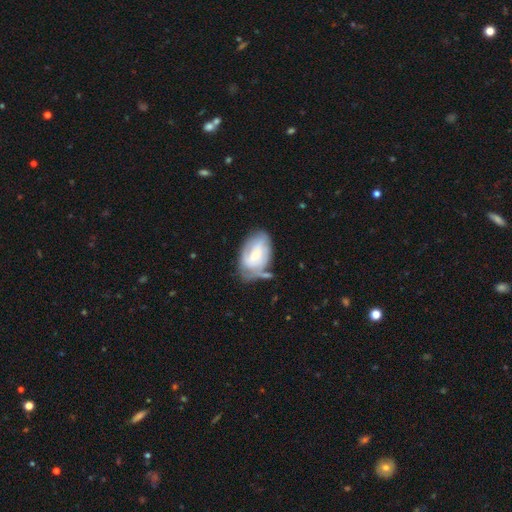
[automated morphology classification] This appears to be a featured or disk galaxy (53%). Merging: none (45%).